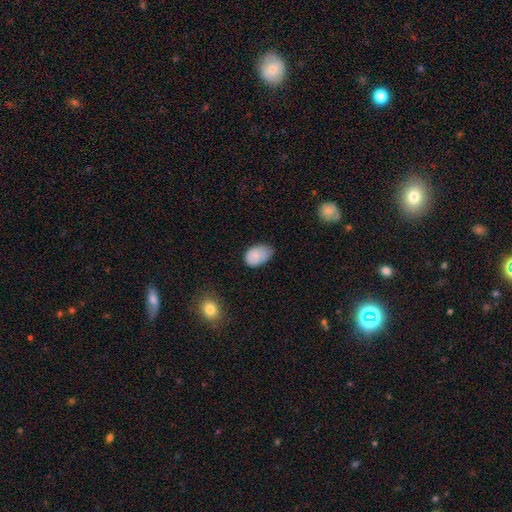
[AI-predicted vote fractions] Smooth or featured? Predicted: smooth (p=0.83). How rounded? Predicted: in between (p=0.86). Merging? Predicted: minor disturbance (p=0.45).